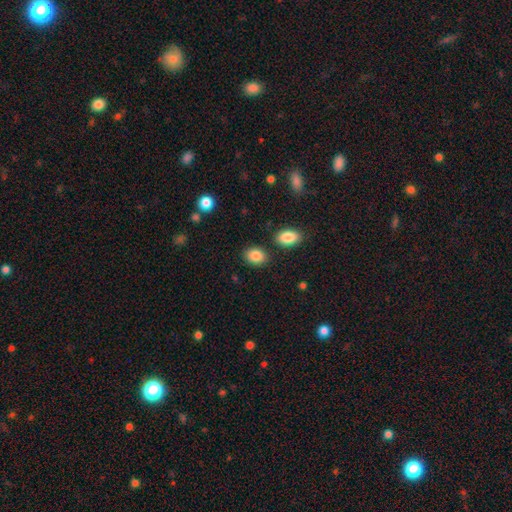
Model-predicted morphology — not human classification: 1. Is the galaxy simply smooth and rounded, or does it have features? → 87% smooth, 8% star or artifact, 5% featured or disk.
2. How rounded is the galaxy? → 70% in between, 29% round, 1% cigar-shaped.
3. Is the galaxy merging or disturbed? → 84% none, 9% minor disturbance, 5% merger, 3% major disturbance.